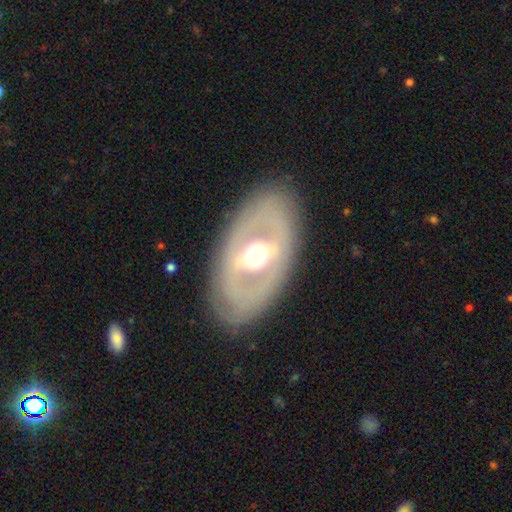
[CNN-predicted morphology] Overall: featured or disk (71%). Edge-on disk: no (88%). Bar: strong (36%; weak 34%). Spiral arms: no (72%). Bulge size: moderate (65%; large 25%). Merging: none (82%).